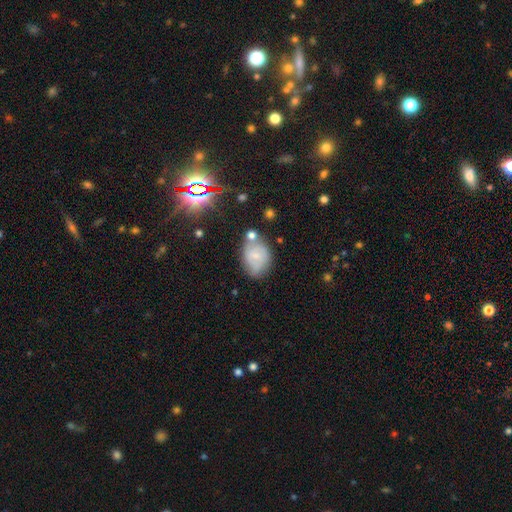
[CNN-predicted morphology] A smooth galaxy with no disk features (60%) that is in between round and cigar-shaped (75%). Merging: none (53%).